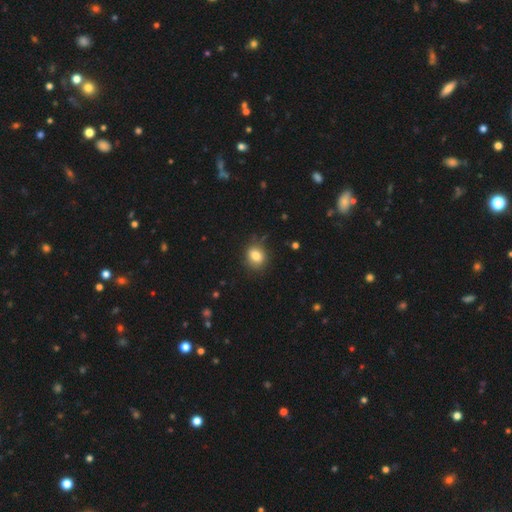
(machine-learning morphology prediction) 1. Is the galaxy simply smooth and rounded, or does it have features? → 82% smooth, 9% star or artifact, 8% featured or disk.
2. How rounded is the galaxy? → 51% round, 48% in between, 1% cigar-shaped.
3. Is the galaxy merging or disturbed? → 79% none, 16% minor disturbance, 4% major disturbance, 2% merger.